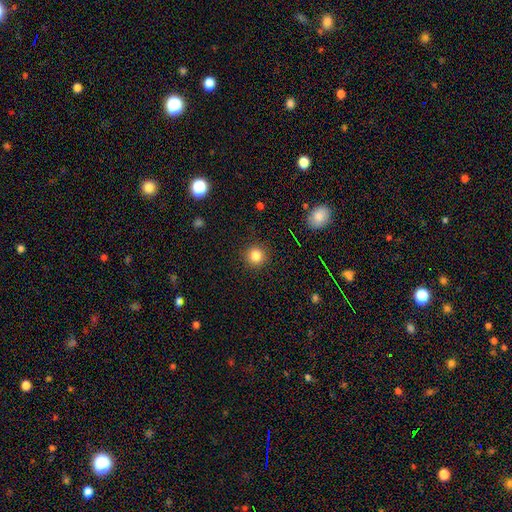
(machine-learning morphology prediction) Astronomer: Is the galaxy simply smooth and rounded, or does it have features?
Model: smooth — 82%.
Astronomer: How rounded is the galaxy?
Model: round — 94%.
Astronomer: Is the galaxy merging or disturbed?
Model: none — 92%.